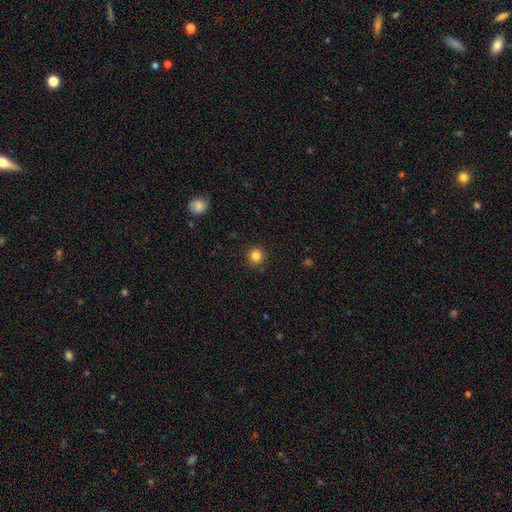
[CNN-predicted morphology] smooth_or_featured: smooth (p=0.84) [alt: star or artifact p=0.12]
how_rounded: round (p=0.93) [alt: in between p=0.06]
merging: none (p=0.91) [alt: minor disturbance p=0.06]